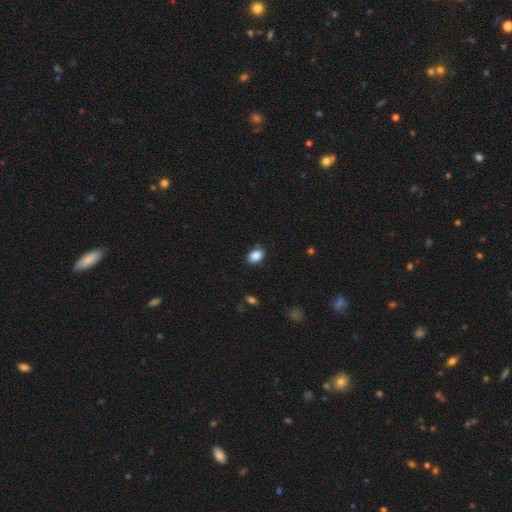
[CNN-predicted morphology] Smooth or featured? smooth (87%)
How rounded? in between (78%)
Merging? none (84%)